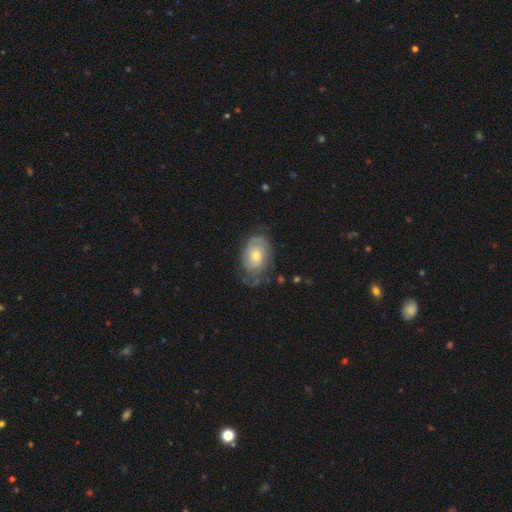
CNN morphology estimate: A featured or disk galaxy (58%) with no bar (80%), spiral arms (75%) and a moderate central bulge (62%). Merging: none (57%).